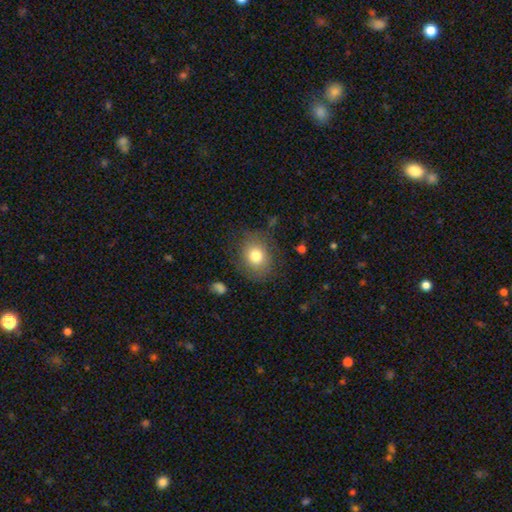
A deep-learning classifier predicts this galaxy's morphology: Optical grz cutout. It shows a smooth galaxy with no disk features (77%) that is round (64%). Merging: none (80%).